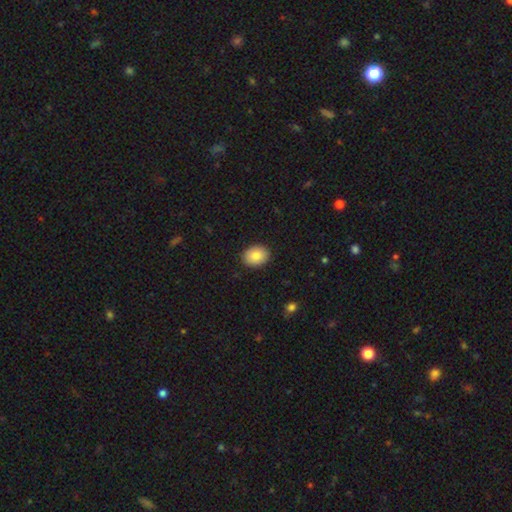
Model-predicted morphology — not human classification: smooth_or_featured: smooth (p=0.85) [alt: star or artifact p=0.07]
how_rounded: in between (p=0.62) [alt: round p=0.38]
merging: none (p=0.90) [alt: minor disturbance p=0.08]